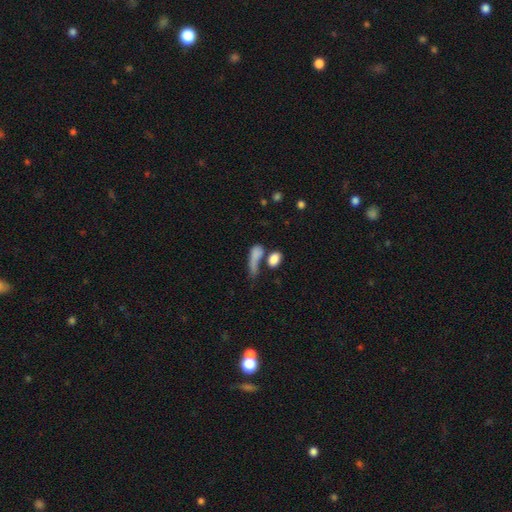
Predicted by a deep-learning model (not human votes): Overall: smooth (75%). How rounded: in between (58%; cigar-shaped 23%). Merging: merger (35%; none 31%).